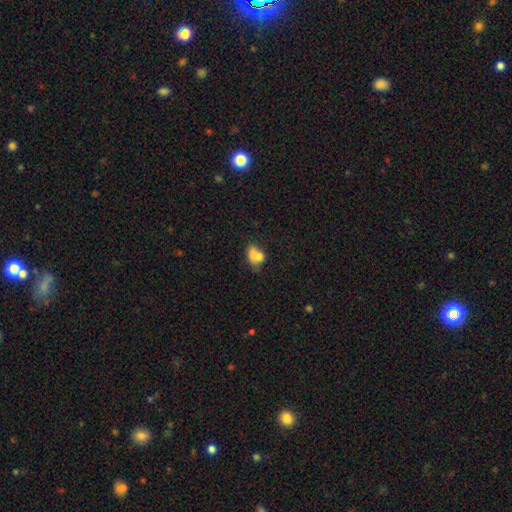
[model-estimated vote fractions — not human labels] A smooth galaxy with no disk features (72%) that is in between round and cigar-shaped (71%).

Vote fractions:
- Smooth or featured? smooth: 72% / featured or disk: 17% / star or artifact: 10%
- How rounded? in between: 71% / round: 27% / cigar-shaped: 2%
- Merging? merger: 49% / none: 29% / minor disturbance: 15% / major disturbance: 8%